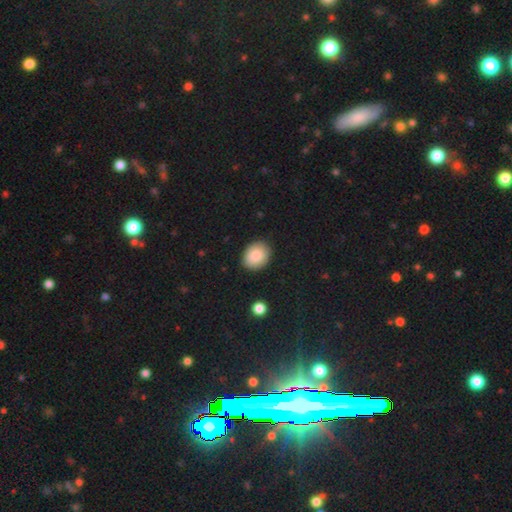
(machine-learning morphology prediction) A smooth galaxy with no disk features (87%) that is in between round and cigar-shaped (52%).

Vote fractions:
- Smooth or featured? smooth: 87% / star or artifact: 7% / featured or disk: 6%
- How rounded? in between: 52% / round: 47% / cigar-shaped: 1%
- Merging? none: 87% / minor disturbance: 9% / major disturbance: 2% / merger: 1%